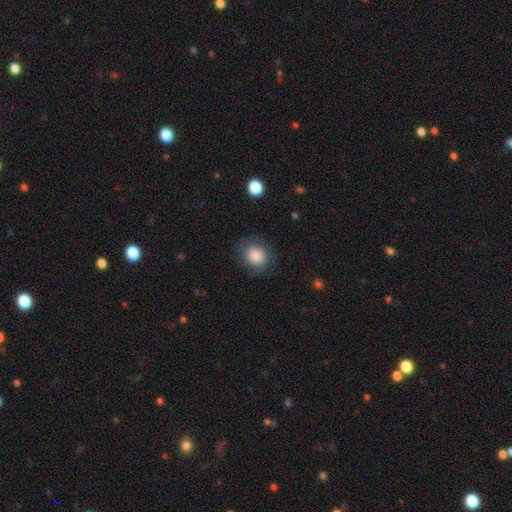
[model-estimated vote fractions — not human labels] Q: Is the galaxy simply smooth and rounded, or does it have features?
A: smooth — 85%.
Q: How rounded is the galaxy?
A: round — 66%.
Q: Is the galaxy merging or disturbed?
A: none — 81%.